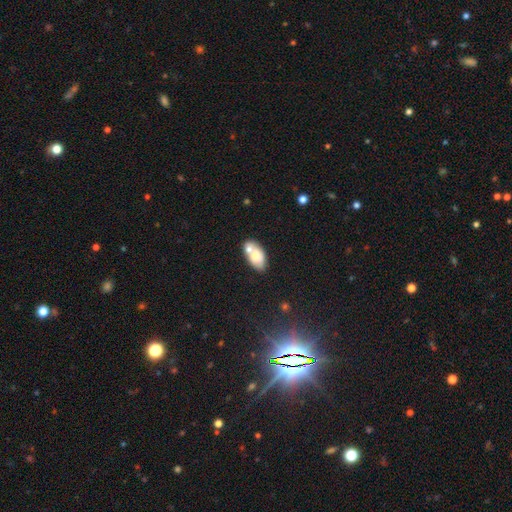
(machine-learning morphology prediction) smooth-or-featured: smooth: 67% | featured or disk: 26% | star or artifact: 7%
  how-rounded: in between: 92% | round: 5% | cigar-shaped: 3%
  merging: none: 45% | merger: 36% | minor disturbance: 15% | major disturbance: 4%